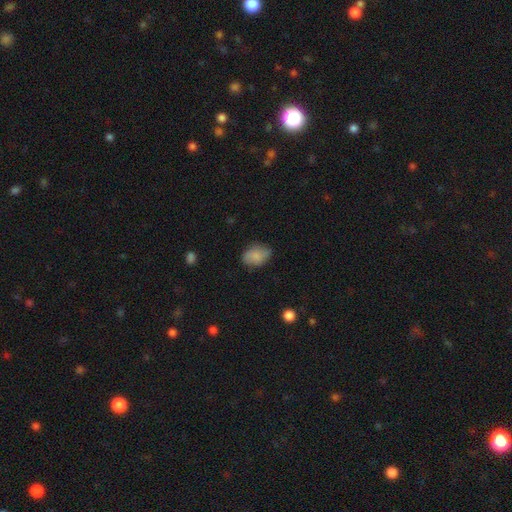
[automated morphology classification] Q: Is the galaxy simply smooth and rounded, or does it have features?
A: smooth — 79%.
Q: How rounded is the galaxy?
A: in between — 77%.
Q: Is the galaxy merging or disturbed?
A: none — 70%.